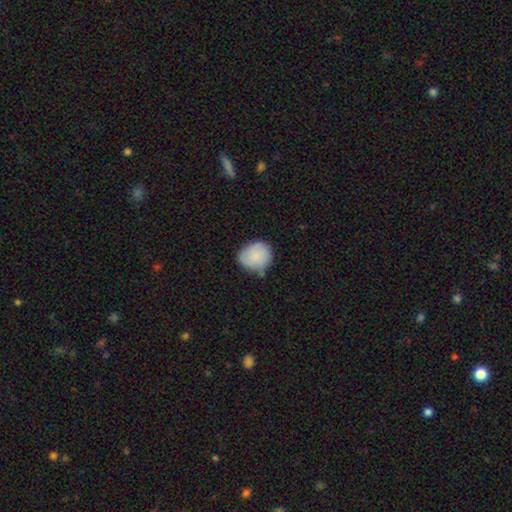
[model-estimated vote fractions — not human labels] Smooth or featured? Predicted: smooth (p=0.84). How rounded? Predicted: round (p=0.77). Merging? Predicted: none (p=0.54).